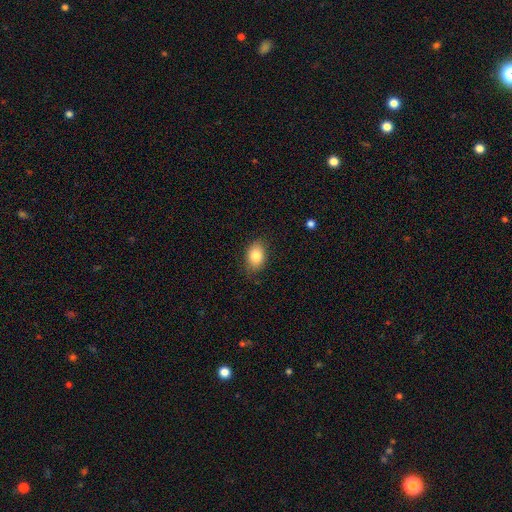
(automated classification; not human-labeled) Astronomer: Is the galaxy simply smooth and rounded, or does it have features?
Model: smooth — 83%.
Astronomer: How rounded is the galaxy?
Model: in between — 80%.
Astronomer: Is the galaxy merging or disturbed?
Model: none — 80%.